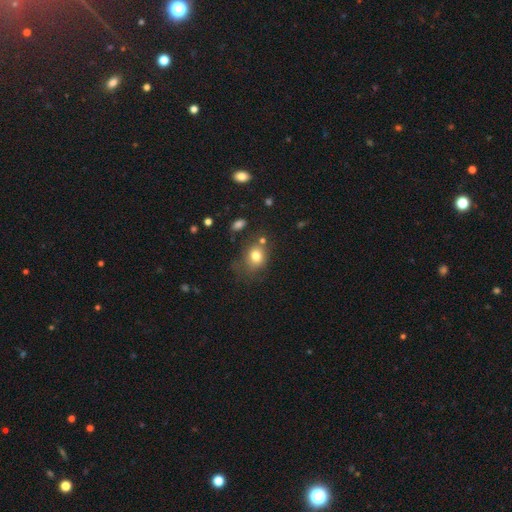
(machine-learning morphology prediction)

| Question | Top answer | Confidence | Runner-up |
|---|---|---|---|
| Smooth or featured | smooth | 78% | star or artifact (12%) |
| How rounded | round | 56% | in between (43%) |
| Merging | none | 58% | minor disturbance (22%) |